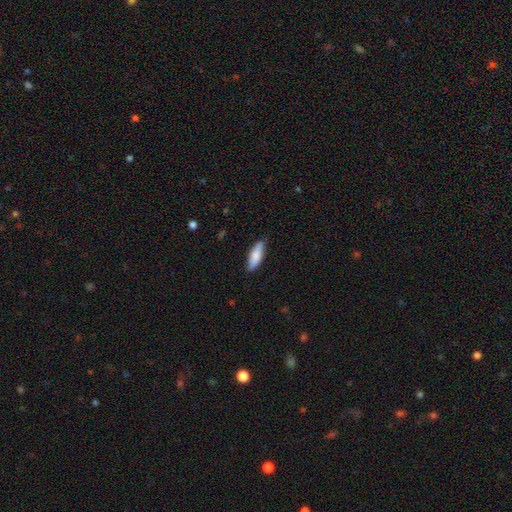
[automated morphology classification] smooth_or_featured: smooth (p=0.81) [alt: featured or disk p=0.14]
how_rounded: in between (p=0.58) [alt: cigar-shaped p=0.40]
merging: none (p=0.82) [alt: minor disturbance p=0.14]